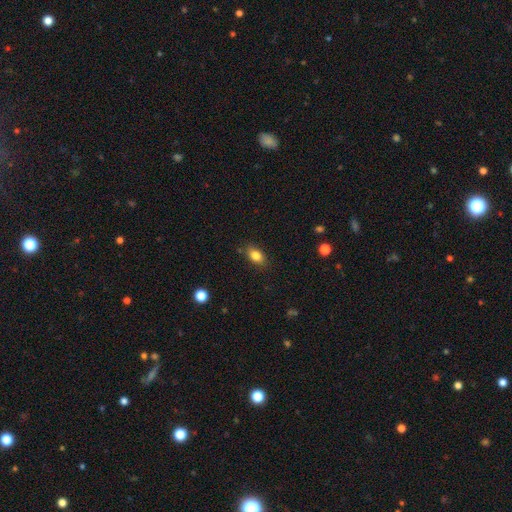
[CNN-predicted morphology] type=smooth (83%); roundness=in between (83%); merging=none (83%).